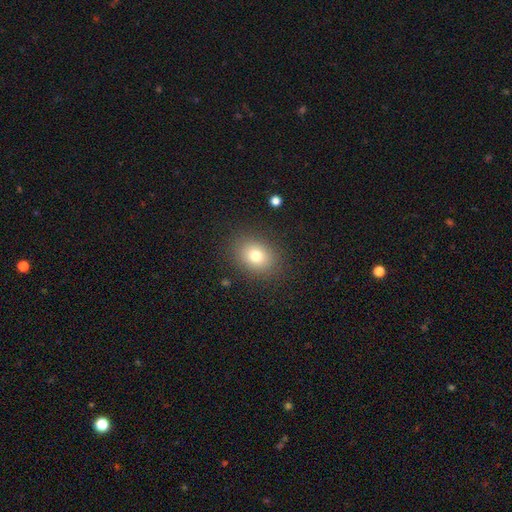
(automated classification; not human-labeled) smooth-or-featured: smooth: 77% | star or artifact: 12% | featured or disk: 11%
  how-rounded: in between: 54% | round: 45% | cigar-shaped: 1%
  merging: none: 86% | minor disturbance: 9% | major disturbance: 4% | merger: 1%